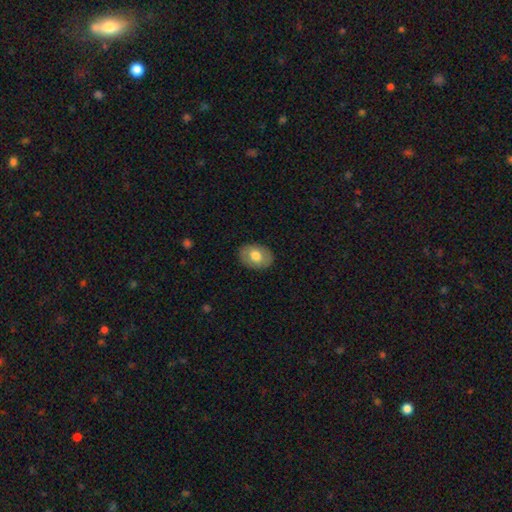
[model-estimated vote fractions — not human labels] Morphology: type=smooth (69%); roundness=in between (77%); merging=none (86%).